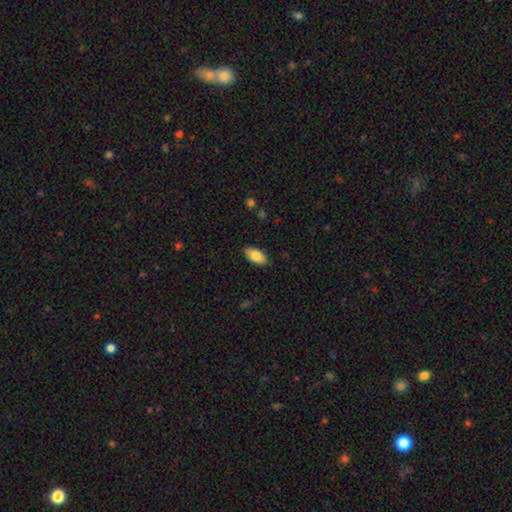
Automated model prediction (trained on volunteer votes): This appears to be a smooth galaxy with no disk features (84%) that is in between round and cigar-shaped (93%). Merging: none (87%).